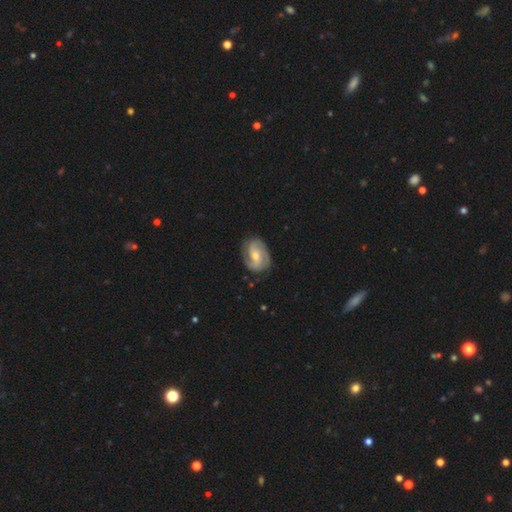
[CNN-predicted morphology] Q: Smooth or featured?
A: featured or disk (78%); runner-up: smooth (16%)
Q: Edge-on disk?
A: no (97%); runner-up: yes (3%)
Q: Bar?
A: weak (43%); runner-up: no (38%)
Q: Spiral arms?
A: yes (93%); runner-up: no (7%)
Q: Spiral winding?
A: medium (44%); runner-up: tight (36%)
Q: Spiral arm count?
A: 2 (70%); runner-up: 3 (12%)
Q: Bulge size?
A: moderate (56%); runner-up: small (40%)
Q: Merging?
A: none (79%); runner-up: minor disturbance (16%)